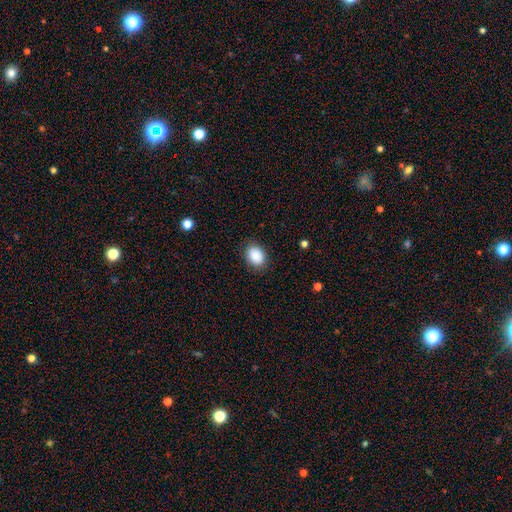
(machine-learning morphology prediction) A smooth galaxy with no disk features (90%) that is in between round and cigar-shaped (74%).

Vote fractions:
- Smooth or featured? smooth: 90% / star or artifact: 7% / featured or disk: 3%
- How rounded? in between: 74% / round: 25% / cigar-shaped: 1%
- Merging? none: 86% / minor disturbance: 11% / major disturbance: 3% / merger: 1%